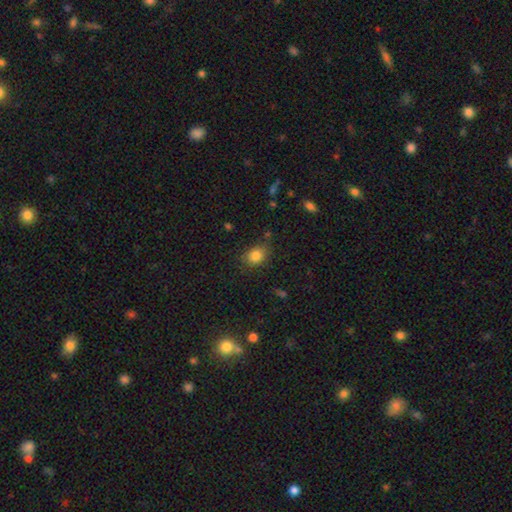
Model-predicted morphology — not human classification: smooth_or_featured: smooth (p=0.82) [alt: star or artifact p=0.11]
how_rounded: in between (p=0.53) [alt: round p=0.45]
merging: none (p=0.76) [alt: minor disturbance p=0.18]